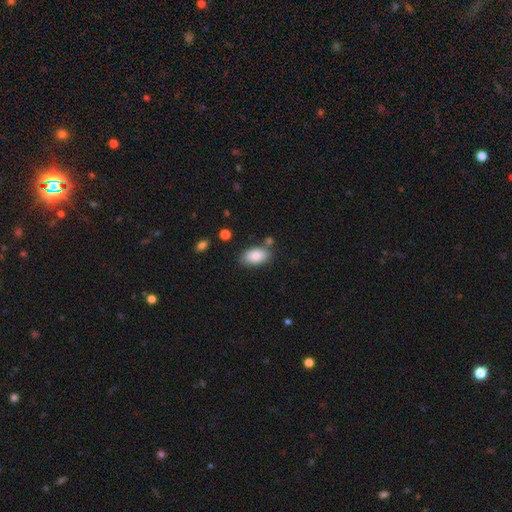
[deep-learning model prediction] Smooth or featured: smooth — 87% (star or artifact — 7%)
How rounded: in between — 93% (round — 5%)
Merging: none — 73% (minor disturbance — 16%)